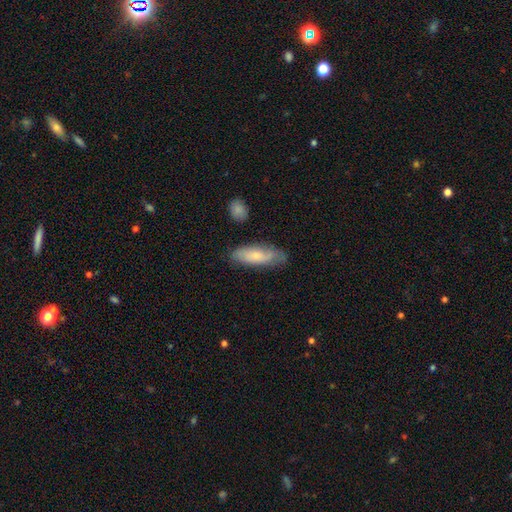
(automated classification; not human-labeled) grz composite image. It shows a smooth galaxy with no disk features (65%) that is in between round and cigar-shaped (62%). Merging: none (65%).